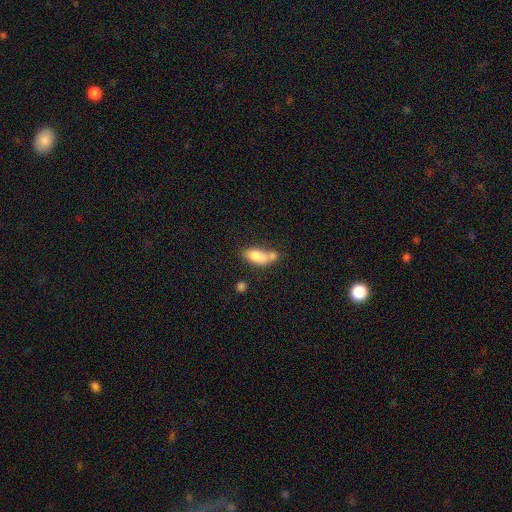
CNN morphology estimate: Q: Smooth or featured?
A: smooth (77%); runner-up: featured or disk (15%)
Q: How rounded?
A: in between (80%); runner-up: cigar-shaped (16%)
Q: Merging?
A: merger (44%); runner-up: none (32%)